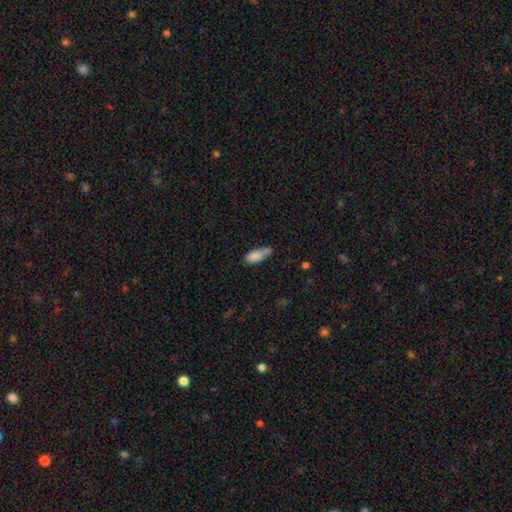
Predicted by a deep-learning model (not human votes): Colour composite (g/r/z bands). It shows a smooth galaxy with no disk features (82%) that is in between round and cigar-shaped (71%). Merging: none (45%).